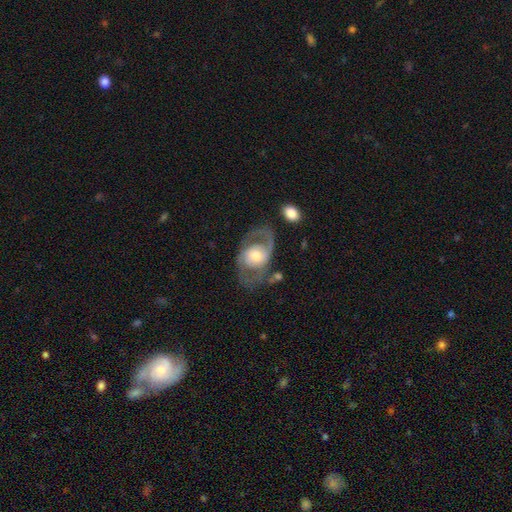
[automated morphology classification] Smooth or featured? Predicted: featured or disk (p=0.79). Edge-on disk? Predicted: no (p=0.96). Bar? Predicted: no (p=0.63). Spiral arms? Predicted: yes (p=0.81). Spiral winding? Predicted: medium (p=0.52). Spiral arm count? Predicted: 2 (p=0.83). Bulge size? Predicted: moderate (p=0.62). Merging? Predicted: none (p=0.62).